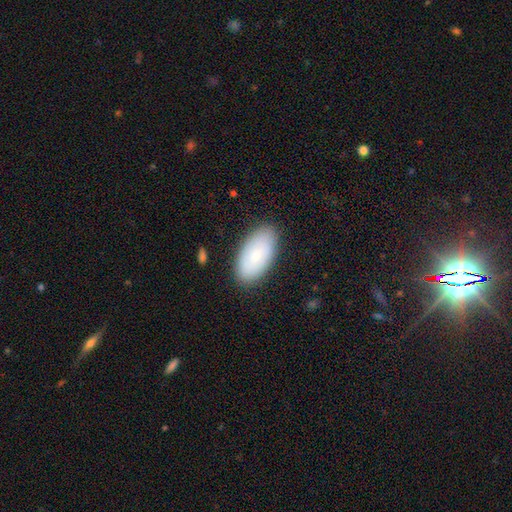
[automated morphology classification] Smooth or featured? smooth (75%)
How rounded? in between (95%)
Merging? none (86%)